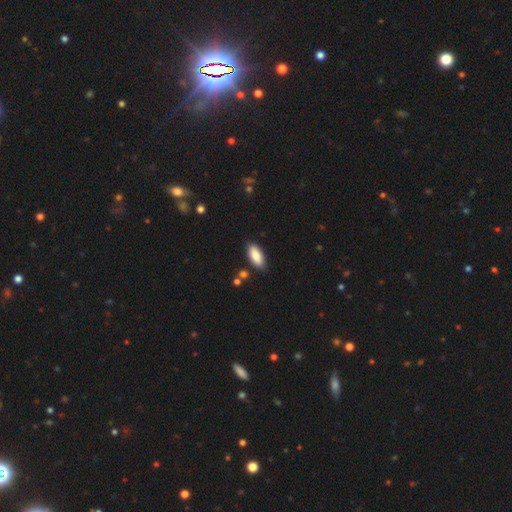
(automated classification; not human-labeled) This is clearly a smooth galaxy (85%). How rounded: clearly in between (85%). Merging: clearly none (85%).